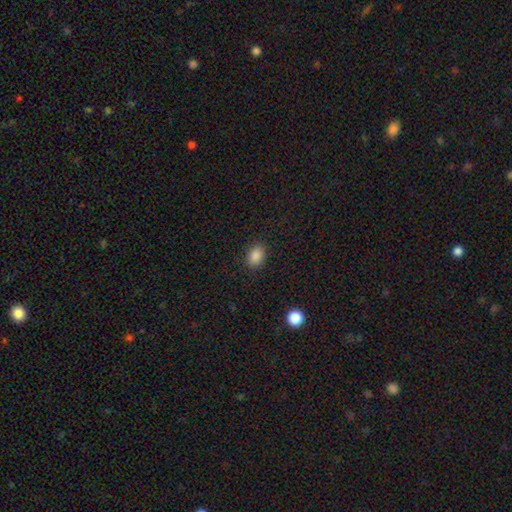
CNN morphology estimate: Smooth or featured? smooth (87%)
How rounded? in between (67%)
Merging? none (88%)